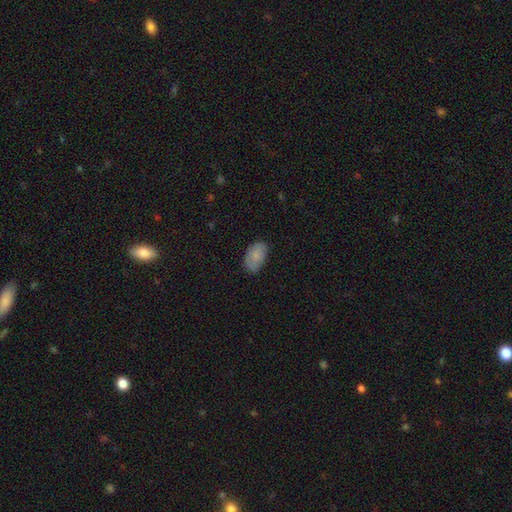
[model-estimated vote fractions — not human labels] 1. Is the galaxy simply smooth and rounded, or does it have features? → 81% smooth, 11% featured or disk, 7% star or artifact.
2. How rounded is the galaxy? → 92% in between, 7% round, 1% cigar-shaped.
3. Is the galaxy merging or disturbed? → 73% none, 22% minor disturbance, 4% major disturbance, 1% merger.